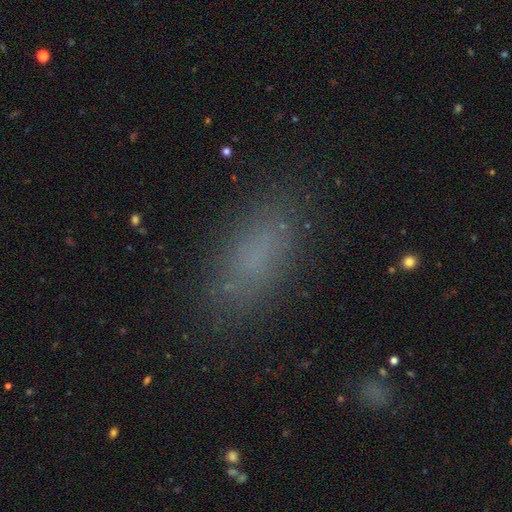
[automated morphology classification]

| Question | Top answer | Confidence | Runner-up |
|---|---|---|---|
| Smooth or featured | smooth | 76% | star or artifact (14%) |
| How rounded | in between | 82% | cigar-shaped (14%) |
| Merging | none | 82% | minor disturbance (13%) |